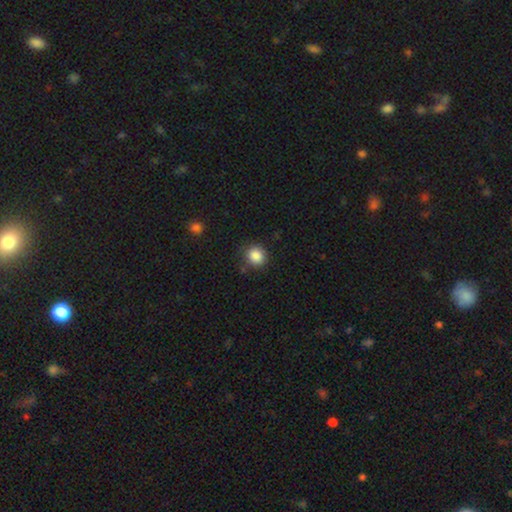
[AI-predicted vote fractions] Smooth or featured? smooth (87%)
How rounded? round (83%)
Merging? none (84%)